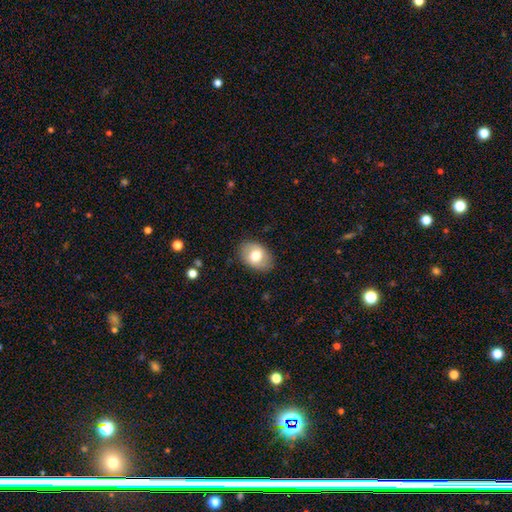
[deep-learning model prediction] smooth 72%, featured or disk 21%, star or artifact 7%. Down the decision tree: how rounded — in between (79%); merging — none (83%).